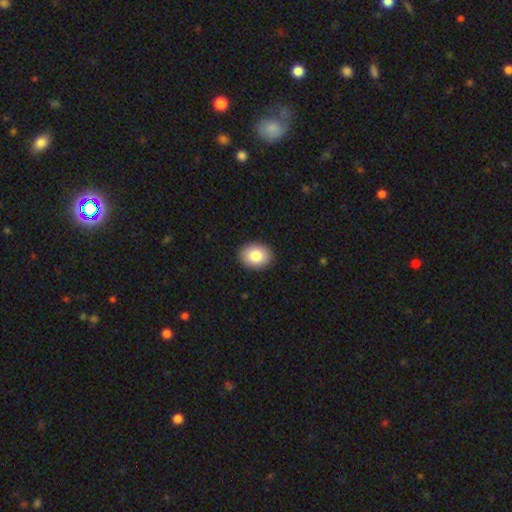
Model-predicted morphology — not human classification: A smooth galaxy with no disk features (85%) that is in between round and cigar-shaped (64%). Merging: none (91%).